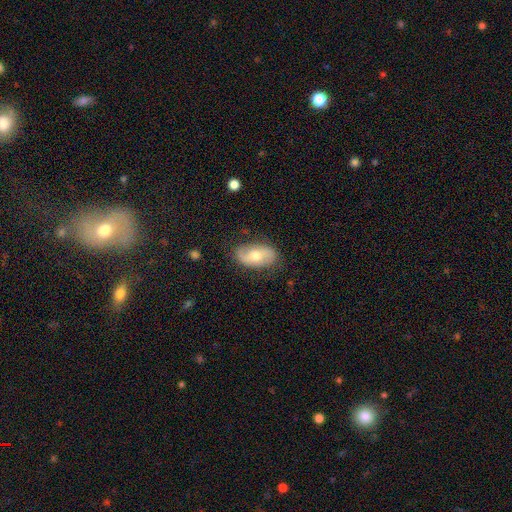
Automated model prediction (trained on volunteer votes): Morphology: type=featured or disk (47%); merging=none (78%).